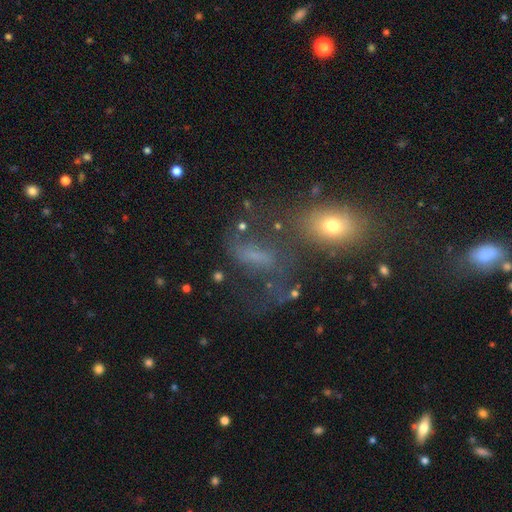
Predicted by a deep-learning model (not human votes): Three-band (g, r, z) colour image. It shows a smooth galaxy with no disk features (40%). Merging: none (38%).